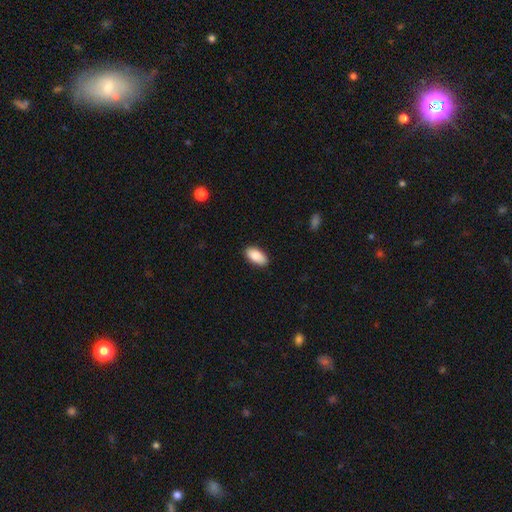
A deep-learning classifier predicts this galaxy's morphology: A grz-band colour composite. It shows a smooth galaxy with no disk features (87%) that is in between round and cigar-shaped (93%). Merging: none (87%).